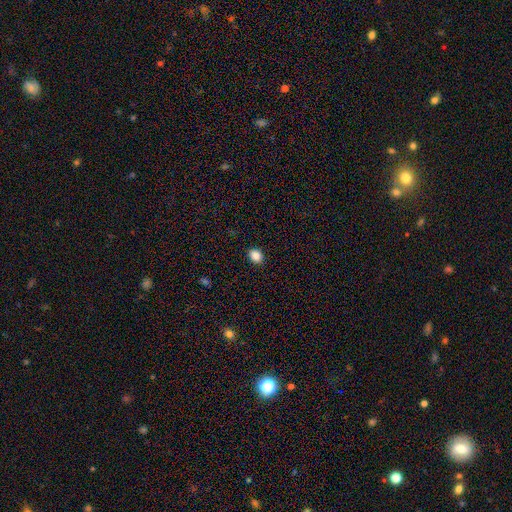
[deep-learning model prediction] Smooth or featured?
  - smooth: 87% *
  - star or artifact: 10%
  - featured or disk: 3%
How rounded?
  - in between: 58% *
  - round: 41%
  - cigar-shaped: 1%
Merging?
  - none: 89% *
  - minor disturbance: 8%
  - major disturbance: 2%
  - merger: 1%